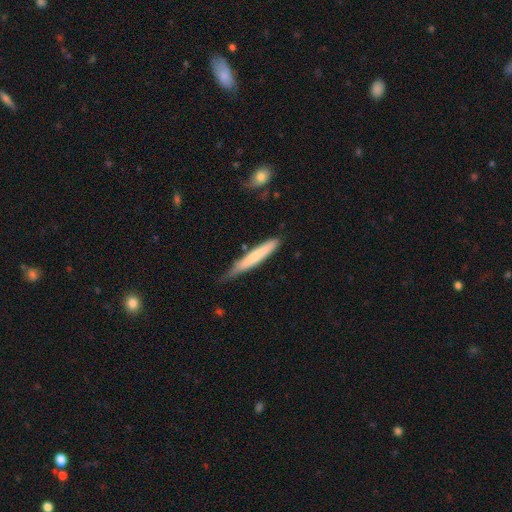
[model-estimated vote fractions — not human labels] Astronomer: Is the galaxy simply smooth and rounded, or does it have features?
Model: smooth — 68%.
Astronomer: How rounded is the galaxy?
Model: cigar-shaped — 94%.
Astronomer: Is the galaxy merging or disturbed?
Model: none — 64%.